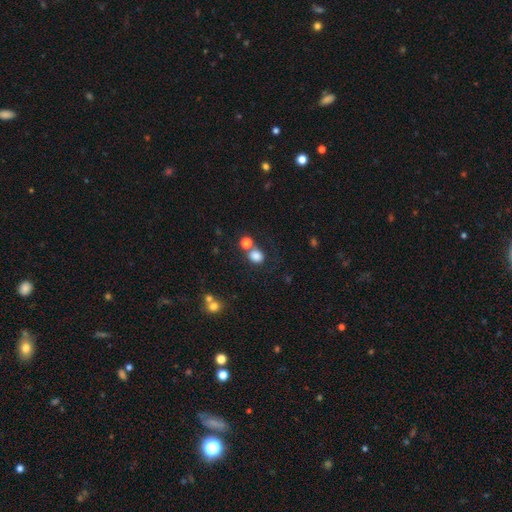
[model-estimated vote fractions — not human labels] Smooth or featured: smooth — 81% (star or artifact — 13%)
How rounded: round — 66% (in between — 33%)
Merging: none — 58% (merger — 23%)